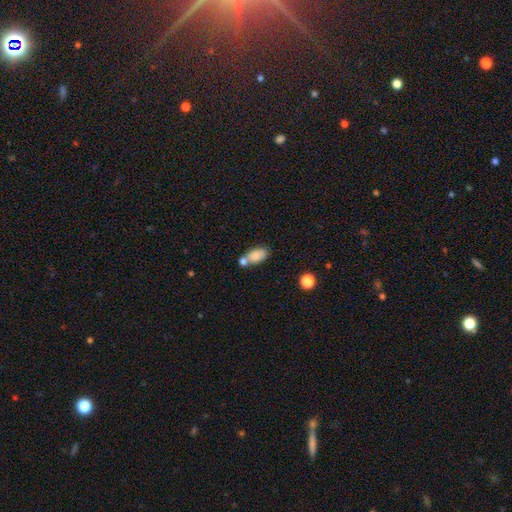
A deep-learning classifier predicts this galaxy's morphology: Q: Smooth or featured?
A: smooth (84%); runner-up: star or artifact (8%)
Q: How rounded?
A: in between (90%); runner-up: round (6%)
Q: Merging?
A: none (49%); runner-up: merger (33%)